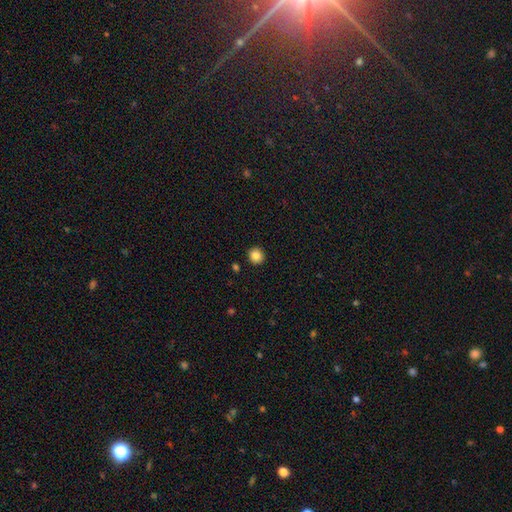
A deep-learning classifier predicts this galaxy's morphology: The model was most divided on "smooth or featured": smooth: 84%, star or artifact: 10%, featured or disk: 6%. More confident: merging — none (92%); how rounded — round (92%).